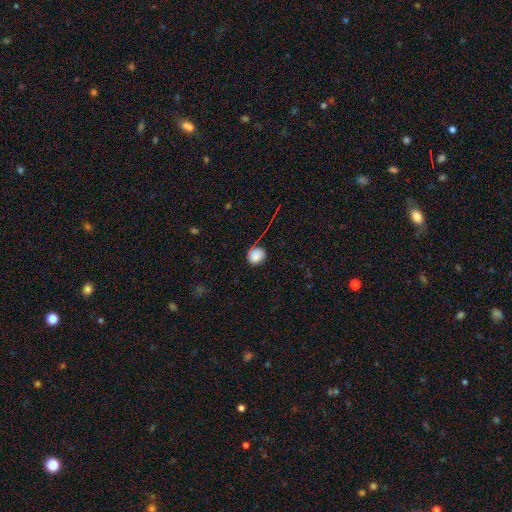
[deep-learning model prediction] Overall: smooth (75%). How rounded: round (79%). Merging: none (78%).